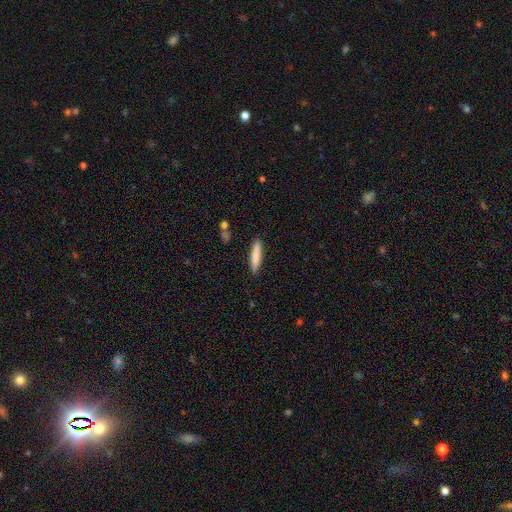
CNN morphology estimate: A smooth galaxy with no disk features (80%) that is cigar-shaped (89%).

Vote fractions:
- Smooth or featured? smooth: 80% / featured or disk: 14% / star or artifact: 6%
- How rounded? cigar-shaped: 89% / in between: 10% / round: 1%
- Merging? none: 89% / minor disturbance: 8% / major disturbance: 2% / merger: 1%